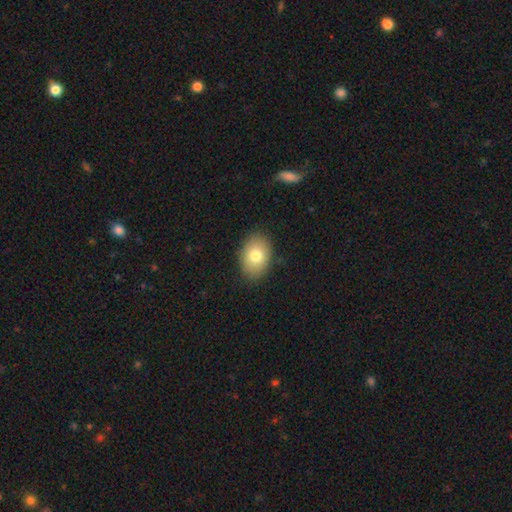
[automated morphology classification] smooth-or-featured: smooth: 78% | featured or disk: 14% | star or artifact: 8%
  how-rounded: in between: 80% | round: 19% | cigar-shaped: 1%
  merging: none: 85% | minor disturbance: 11% | major disturbance: 3% | merger: 1%